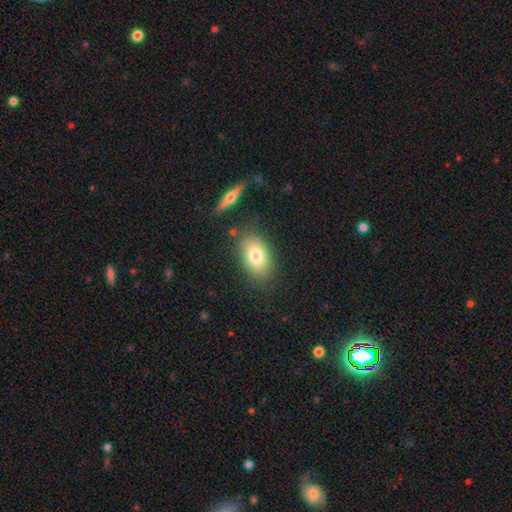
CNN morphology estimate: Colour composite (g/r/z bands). It shows a smooth galaxy with no disk features (77%) that is in between round and cigar-shaped (87%). Merging: none (79%).